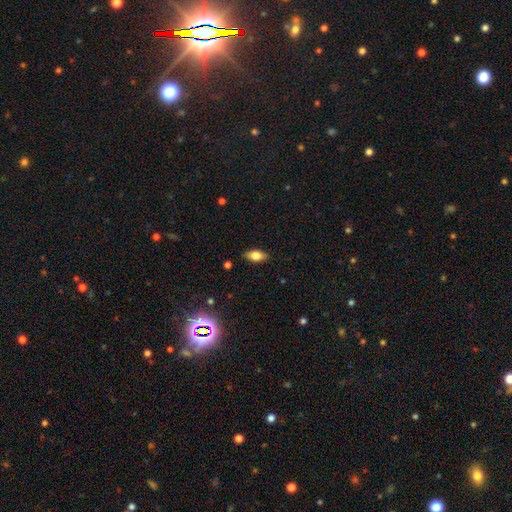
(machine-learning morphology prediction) This appears to be a smooth galaxy with no disk features (74%) that is in between round and cigar-shaped (87%). Merging: none (86%).